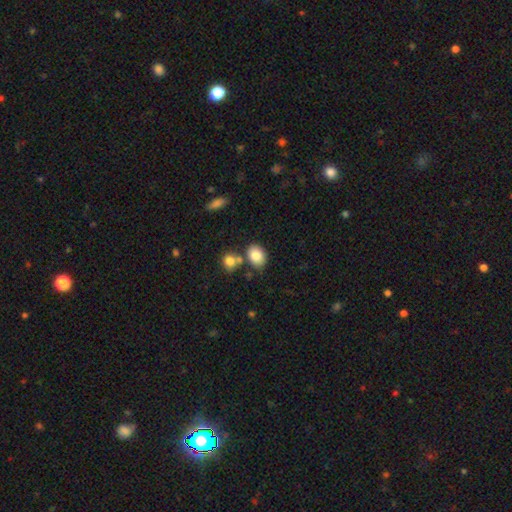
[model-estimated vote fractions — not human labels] smooth 82%, featured or disk 9%, star or artifact 9%. Down the decision tree: how rounded — in between (65%); merging — none (67%).